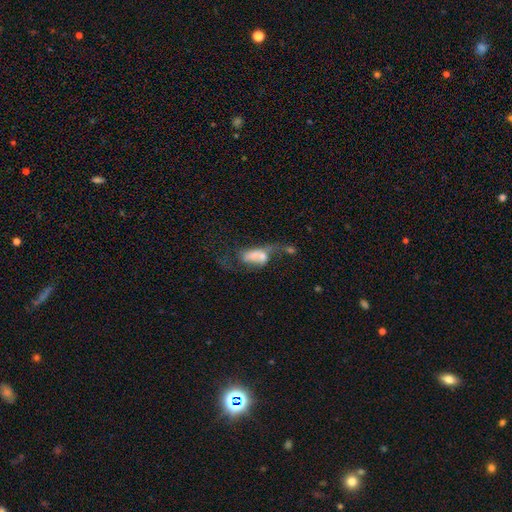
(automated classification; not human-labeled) A smooth galaxy with no disk features (50%).

Vote fractions:
- Smooth or featured? smooth: 50% / featured or disk: 39% / star or artifact: 11%
- Merging? merger: 48% / major disturbance: 31% / none: 12% / minor disturbance: 9%